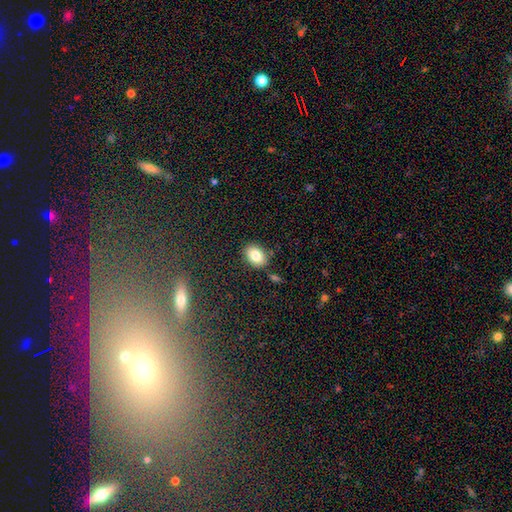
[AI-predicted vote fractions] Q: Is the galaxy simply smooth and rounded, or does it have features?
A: smooth — 83%.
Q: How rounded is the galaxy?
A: in between — 81%.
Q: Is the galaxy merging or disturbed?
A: none — 82%.